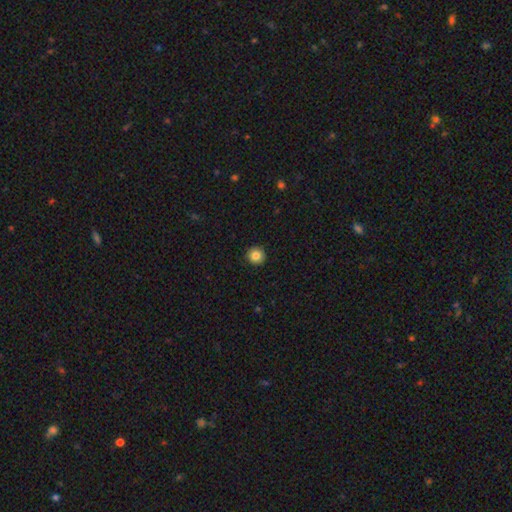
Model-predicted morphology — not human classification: The model was most divided on "smooth or featured": smooth: 85%, star or artifact: 10%, featured or disk: 5%. More confident: how rounded — round (95%); merging — none (93%).